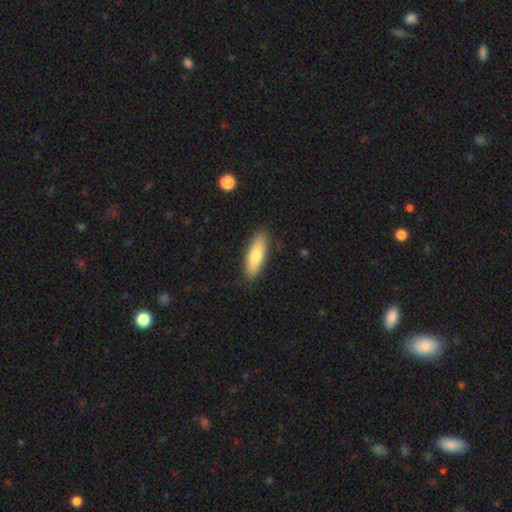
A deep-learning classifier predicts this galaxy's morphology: type=smooth (76%); roundness=in between (56%); merging=none (87%).